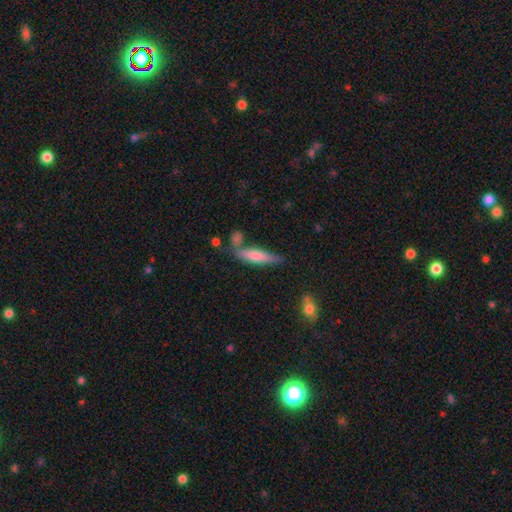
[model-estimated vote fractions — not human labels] Smooth or featured? Predicted: smooth (p=0.58). How rounded? Predicted: cigar-shaped (p=0.81). Merging? Predicted: none (p=0.67).